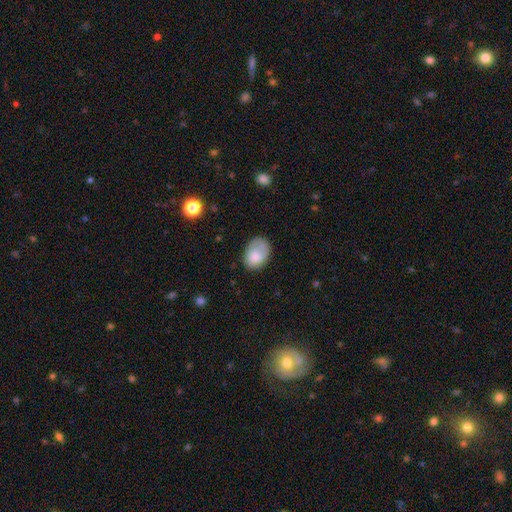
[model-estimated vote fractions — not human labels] Smooth or featured? smooth (78%)
How rounded? in between (78%)
Merging? none (57%)